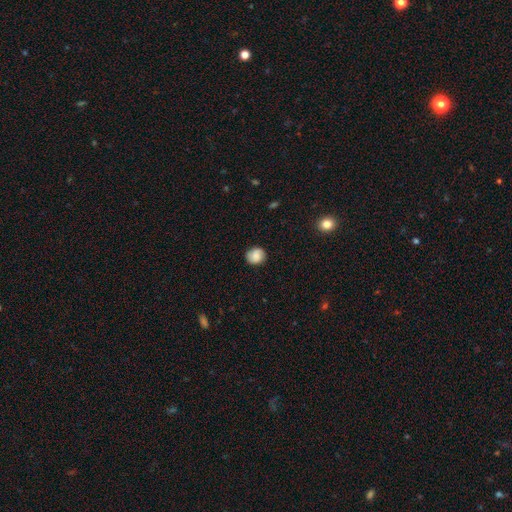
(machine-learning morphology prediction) Smooth or featured: smooth — 81% (featured or disk — 10%)
How rounded: round — 80% (in between — 19%)
Merging: none — 82% (minor disturbance — 14%)